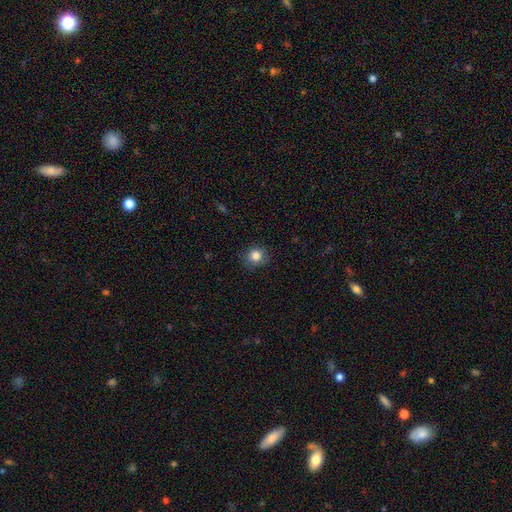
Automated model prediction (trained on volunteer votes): smooth_or_featured: smooth (p=0.83) [alt: star or artifact p=0.11]
how_rounded: round (p=0.86) [alt: in between p=0.13]
merging: none (p=0.86) [alt: minor disturbance p=0.10]